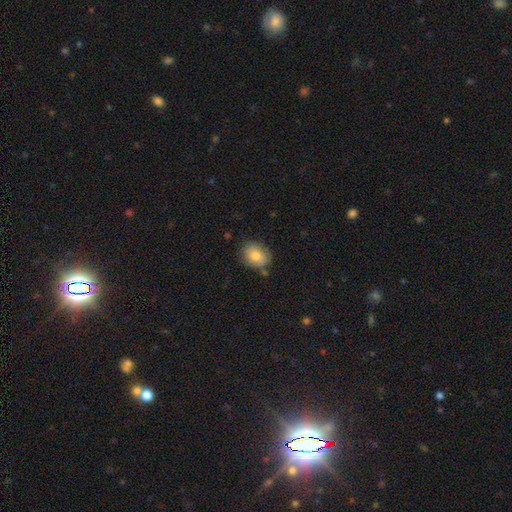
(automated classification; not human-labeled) Overall: smooth (71%). How rounded: in between (50%; round 49%). Merging: none (75%).